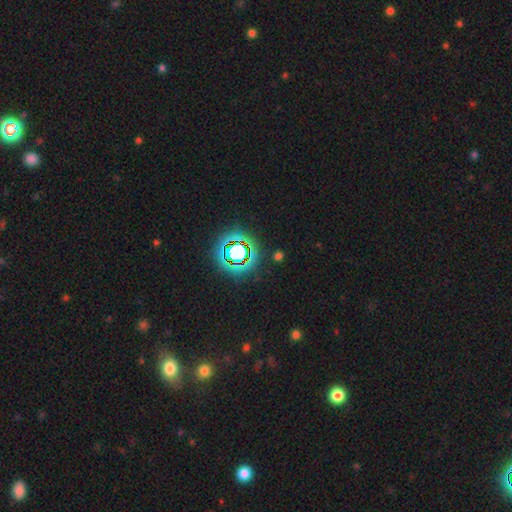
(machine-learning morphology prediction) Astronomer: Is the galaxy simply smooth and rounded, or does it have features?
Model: star or artifact — 78%.